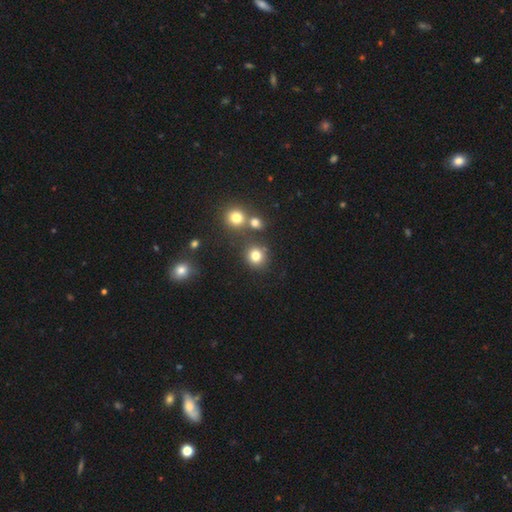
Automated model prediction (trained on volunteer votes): smooth 78%, star or artifact 15%, featured or disk 6%. Down the decision tree: how rounded — round (87%); merging — none (75%).